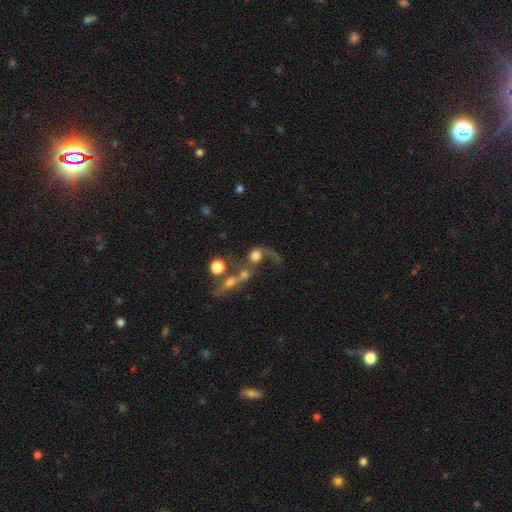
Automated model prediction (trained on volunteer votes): The model was most divided on "smooth or featured": smooth: 51%, featured or disk: 35%, star or artifact: 14%. Remaining: how rounded — round (65%); merging — merger (48%).